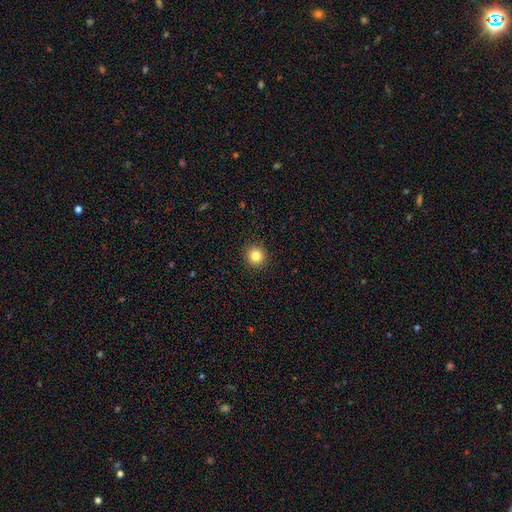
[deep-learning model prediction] The model was most divided on "smooth or featured": smooth: 83%, star or artifact: 11%, featured or disk: 5%. More confident: merging — none (92%); how rounded — round (92%).